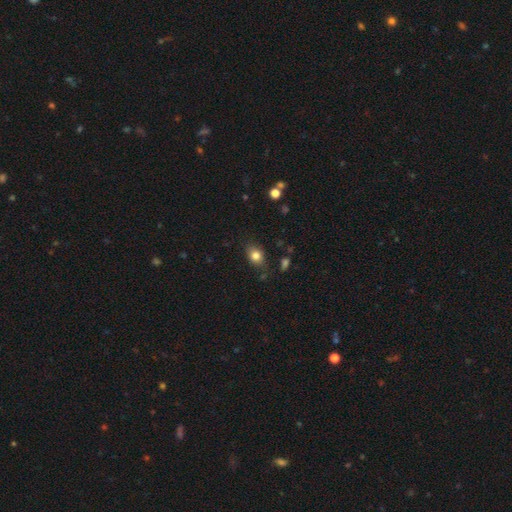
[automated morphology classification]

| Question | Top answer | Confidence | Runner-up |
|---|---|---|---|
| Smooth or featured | smooth | 82% | star or artifact (10%) |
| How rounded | in between | 62% | round (36%) |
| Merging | none | 77% | minor disturbance (17%) |